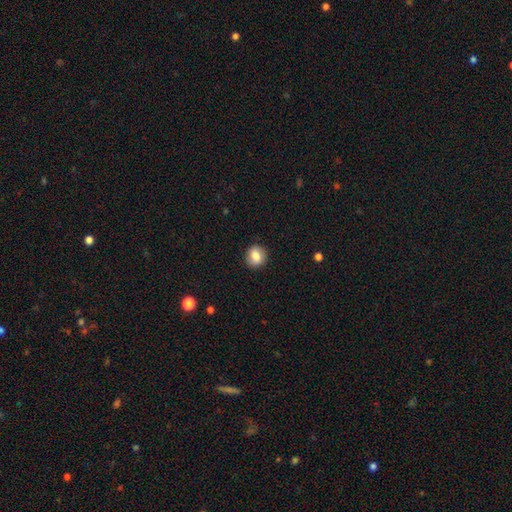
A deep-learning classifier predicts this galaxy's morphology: Q: Smooth or featured?
A: smooth (80%); runner-up: featured or disk (11%)
Q: How rounded?
A: round (80%); runner-up: in between (19%)
Q: Merging?
A: none (89%); runner-up: minor disturbance (8%)